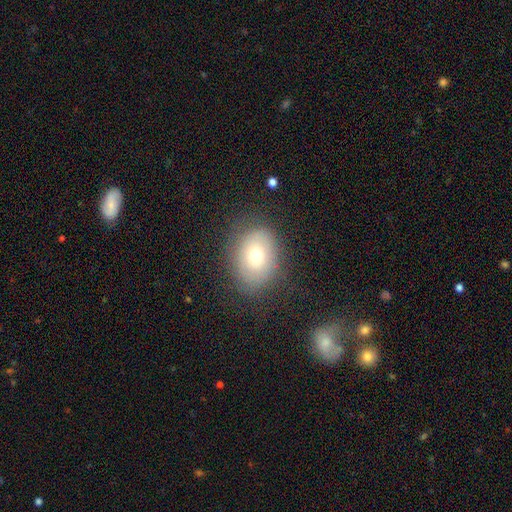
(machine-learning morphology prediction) A smooth galaxy with no disk features (69%) that is in between round and cigar-shaped (61%).

Vote fractions:
- Smooth or featured? smooth: 69% / featured or disk: 20% / star or artifact: 11%
- How rounded? in between: 61% / round: 38% / cigar-shaped: 1%
- Merging? none: 78% / minor disturbance: 15% / major disturbance: 6% / merger: 1%